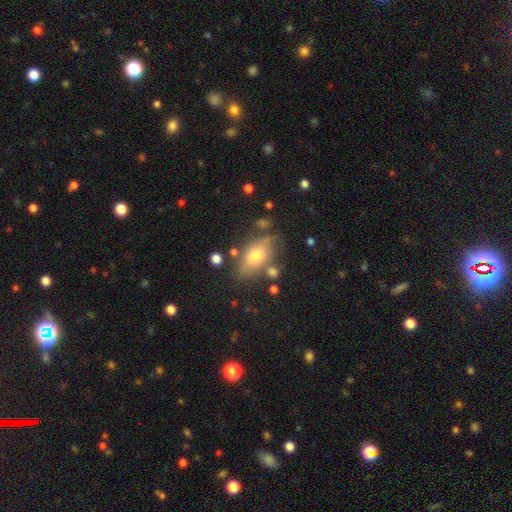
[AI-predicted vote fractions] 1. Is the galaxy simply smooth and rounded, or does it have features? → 67% smooth, 25% featured or disk, 9% star or artifact.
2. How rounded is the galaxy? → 86% in between, 7% cigar-shaped, 7% round.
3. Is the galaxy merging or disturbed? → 70% none, 17% minor disturbance, 7% merger, 6% major disturbance.